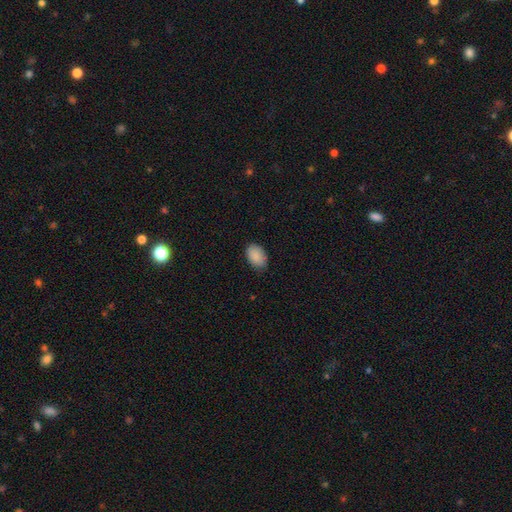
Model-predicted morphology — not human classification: A smooth galaxy with no disk features (90%) that is in between round and cigar-shaped (89%). Merging: none (80%).